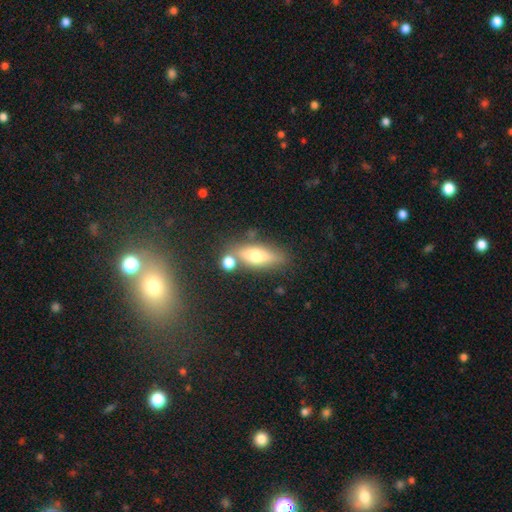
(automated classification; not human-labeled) smooth 52%, featured or disk 38%, star or artifact 10%. Down the decision tree: how rounded — in between (49%); merging — none (70%).